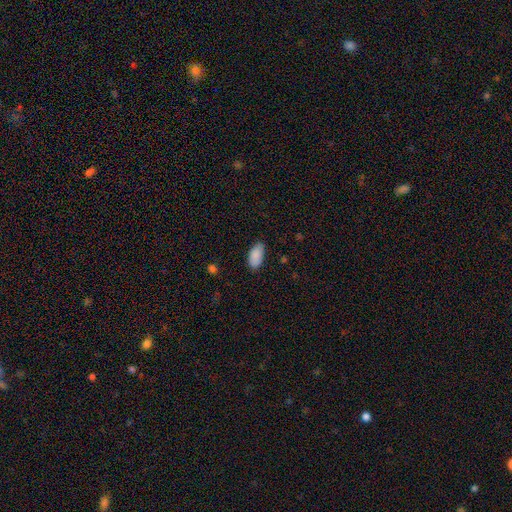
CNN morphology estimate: Smooth or featured?
  - smooth: 89% *
  - star or artifact: 7%
  - featured or disk: 5%
How rounded?
  - in between: 94% *
  - cigar-shaped: 4%
  - round: 2%
Merging?
  - none: 77% *
  - minor disturbance: 19%
  - major disturbance: 3%
  - merger: 1%